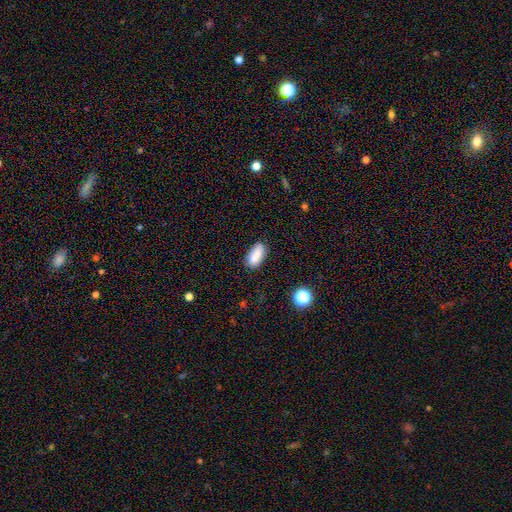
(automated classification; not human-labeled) Morphology: type=smooth (85%); roundness=in between (87%); merging=none (80%).